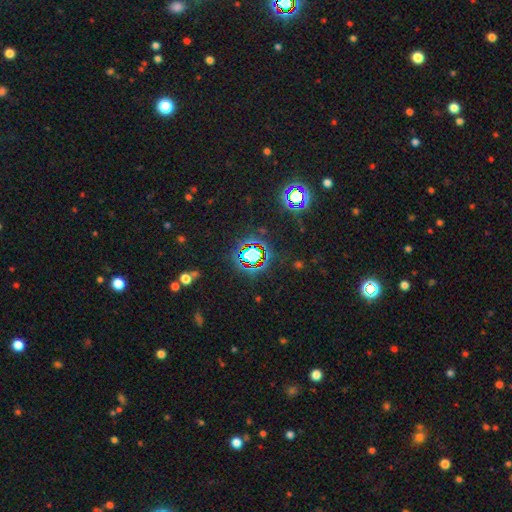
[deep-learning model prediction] star or artifact 75%, smooth 15%, featured or disk 10%.